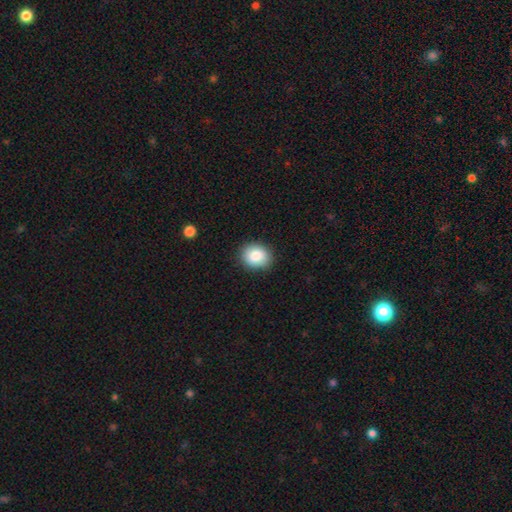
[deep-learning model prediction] smooth-or-featured: smooth: 85% | star or artifact: 8% | featured or disk: 7%
  how-rounded: round: 59% | in between: 40% | cigar-shaped: 1%
  merging: none: 89% | minor disturbance: 8% | major disturbance: 2% | merger: 1%